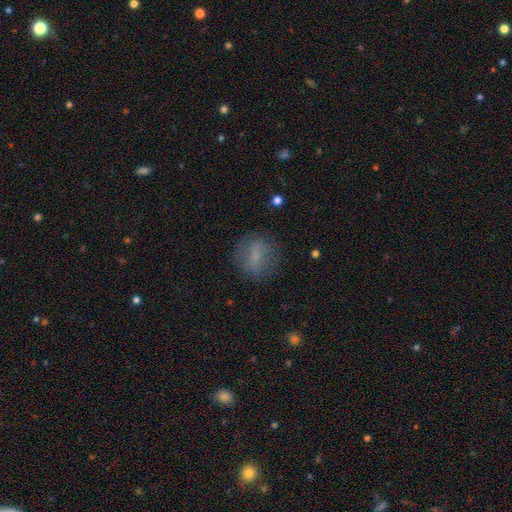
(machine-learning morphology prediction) Q: Smooth or featured?
A: smooth (63%); runner-up: featured or disk (25%)
Q: How rounded?
A: round (62%); runner-up: in between (34%)
Q: Merging?
A: none (75%); runner-up: minor disturbance (16%)